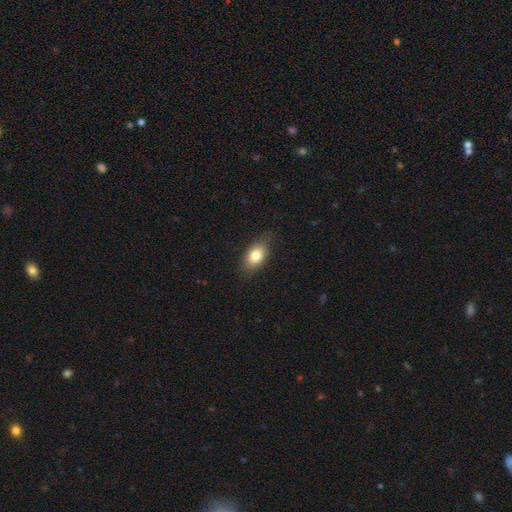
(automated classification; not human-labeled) Smooth or featured? smooth (80%)
How rounded? in between (88%)
Merging? none (80%)